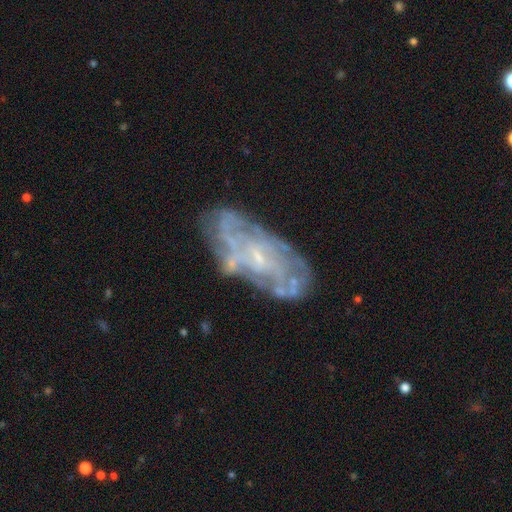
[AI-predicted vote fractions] Q: Smooth or featured?
A: featured or disk (78%); runner-up: smooth (13%)
Q: Edge-on disk?
A: no (92%); runner-up: yes (8%)
Q: Bar?
A: no (62%); runner-up: weak (30%)
Q: Spiral arms?
A: yes (73%); runner-up: no (27%)
Q: Spiral winding?
A: tight (53%); runner-up: medium (33%)
Q: Spiral arm count?
A: can't tell (55%); runner-up: 4 (12%)
Q: Bulge size?
A: small (71%); runner-up: moderate (15%)
Q: Merging?
A: none (66%); runner-up: minor disturbance (20%)